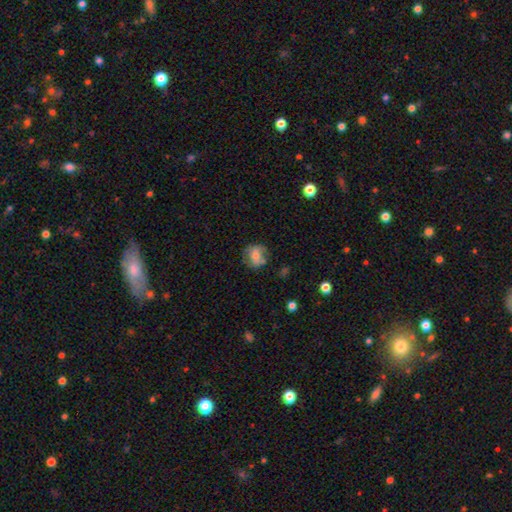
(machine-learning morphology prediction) smooth_or_featured: smooth (p=0.60) [alt: featured or disk p=0.31]
how_rounded: round (p=0.70) [alt: in between p=0.29]
merging: none (p=0.61) [alt: minor disturbance p=0.22]